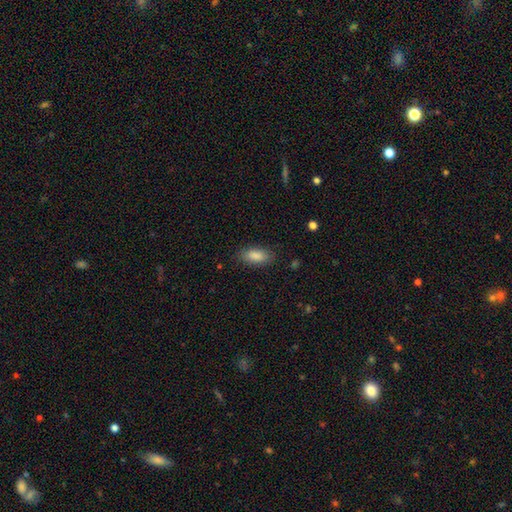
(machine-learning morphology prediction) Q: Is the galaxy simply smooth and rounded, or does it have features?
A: smooth — 87%.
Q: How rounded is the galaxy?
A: in between — 85%.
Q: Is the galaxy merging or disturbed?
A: none — 84%.